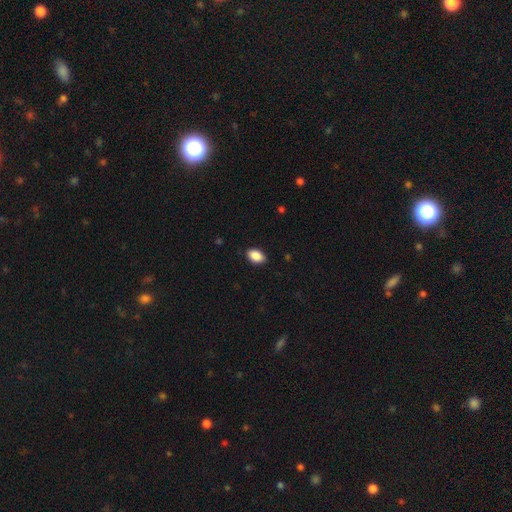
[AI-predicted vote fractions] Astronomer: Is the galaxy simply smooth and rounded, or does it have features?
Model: smooth — 89%.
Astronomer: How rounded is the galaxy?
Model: in between — 88%.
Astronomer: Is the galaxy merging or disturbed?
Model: none — 88%.